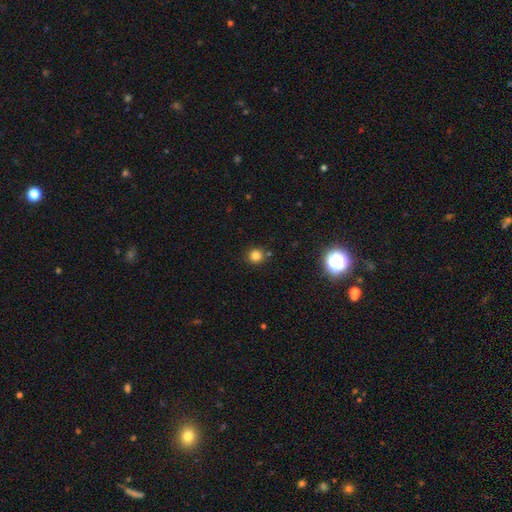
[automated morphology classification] Smooth or featured: smooth — 81% (star or artifact — 14%)
How rounded: round — 92% (in between — 7%)
Merging: none — 85% (minor disturbance — 8%)